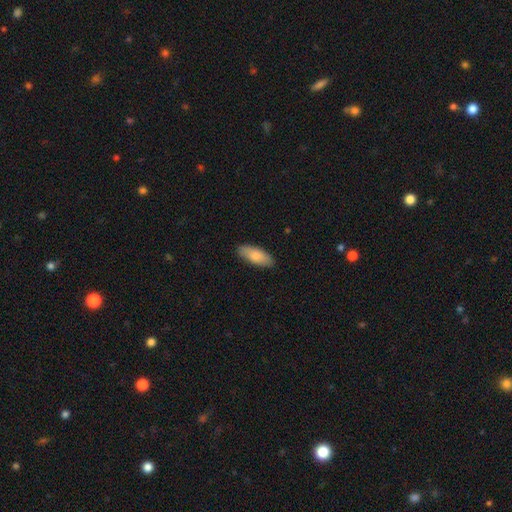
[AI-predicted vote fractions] This is clearly a smooth galaxy (82%). How rounded: likely in between (76%). Merging: clearly none (85%).